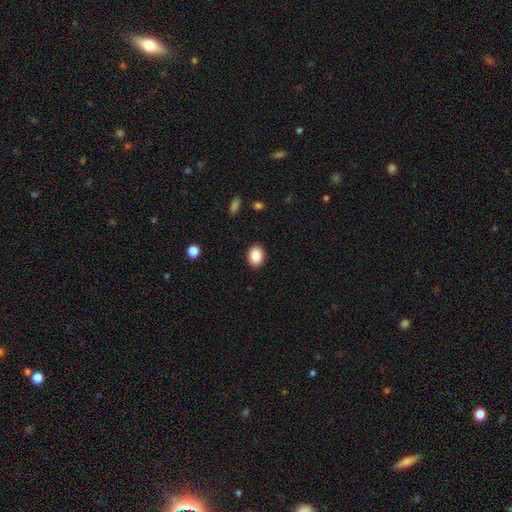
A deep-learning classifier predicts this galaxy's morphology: smooth_or_featured: smooth (p=0.87) [alt: star or artifact p=0.08]
how_rounded: in between (p=0.66) [alt: round p=0.33]
merging: none (p=0.90) [alt: minor disturbance p=0.07]